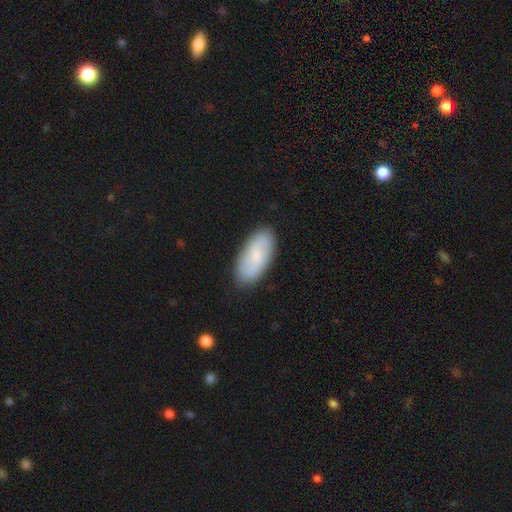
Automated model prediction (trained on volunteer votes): Smooth or featured? smooth (61%)
How rounded? in between (89%)
Merging? none (87%)